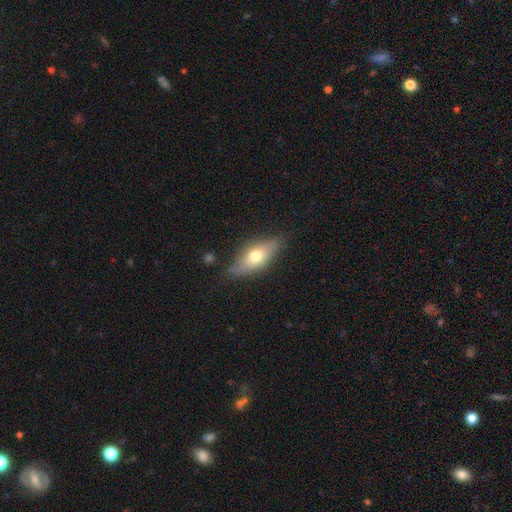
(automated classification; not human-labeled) Smooth or featured? Predicted: smooth (p=0.59). How rounded? Predicted: in between (p=0.74). Merging? Predicted: none (p=0.72).